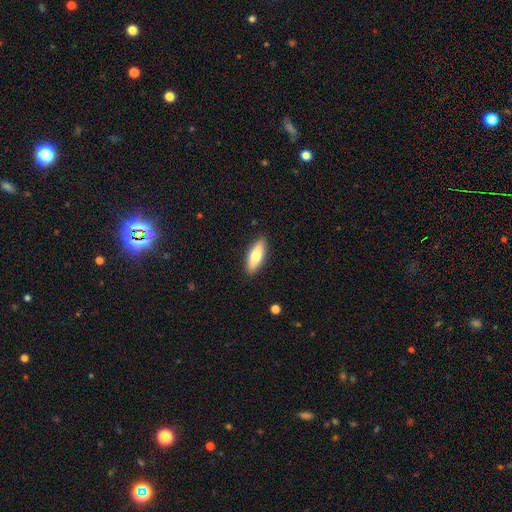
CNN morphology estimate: Smooth or featured?
  - smooth: 74% *
  - featured or disk: 20%
  - star or artifact: 6%
How rounded?
  - in between: 62% *
  - cigar-shaped: 36%
  - round: 2%
Merging?
  - none: 89% *
  - minor disturbance: 9%
  - major disturbance: 2%
  - merger: 1%